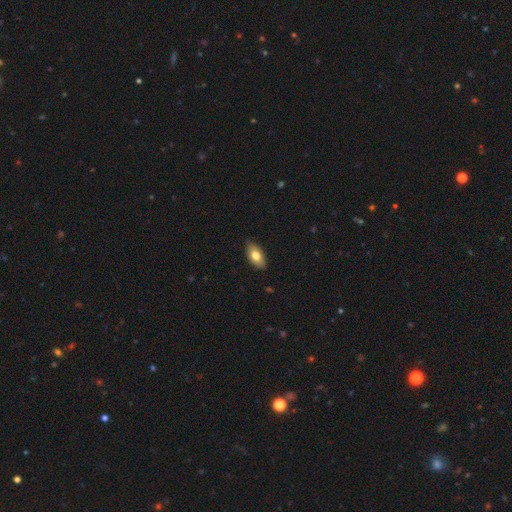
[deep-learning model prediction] Q: Smooth or featured?
A: smooth (76%); runner-up: featured or disk (18%)
Q: How rounded?
A: in between (92%); runner-up: round (4%)
Q: Merging?
A: none (84%); runner-up: minor disturbance (13%)